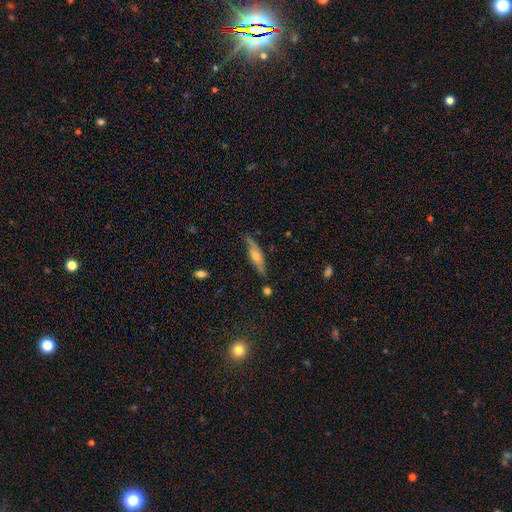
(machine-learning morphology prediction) Smooth or featured? featured or disk (57%)
Edge-on disk? yes (86%)
Merging? none (79%)